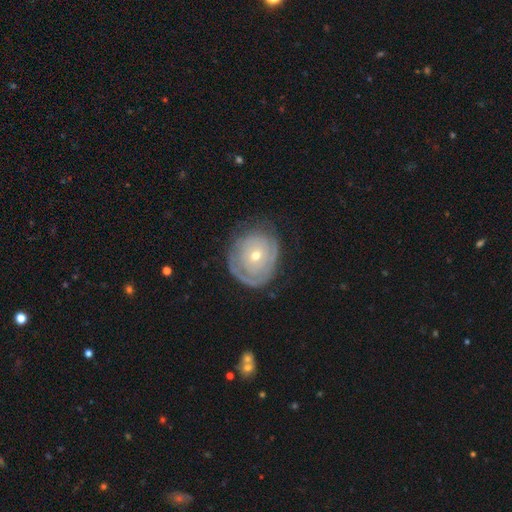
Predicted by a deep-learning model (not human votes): smooth_or_featured: featured or disk (p=0.71) [alt: smooth p=0.23]
disk_edge_on: no (p=0.96) [alt: yes p=0.04]
bar: no (p=0.85) [alt: weak p=0.12]
has_spiral_arms: yes (p=0.71) [alt: no p=0.29]
bulge_size: small (p=0.57) [alt: moderate p=0.40]
merging: none (p=0.68) [alt: minor disturbance p=0.20]